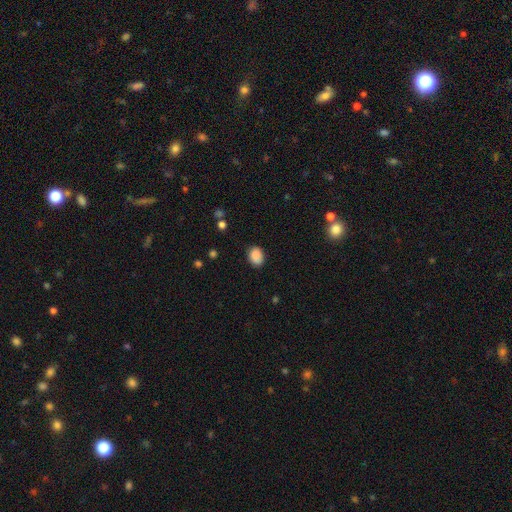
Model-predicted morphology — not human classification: Smooth or featured? Predicted: smooth (p=0.88). How rounded? Predicted: in between (p=0.70). Merging? Predicted: none (p=0.85).